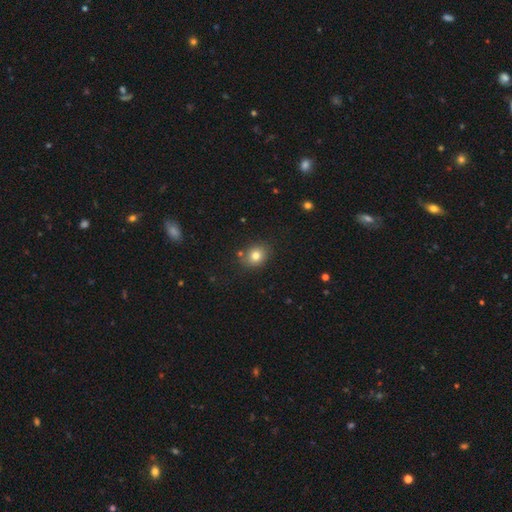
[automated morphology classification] This appears to be a smooth galaxy with no disk features (78%) that is round (63%). Merging: none (80%).